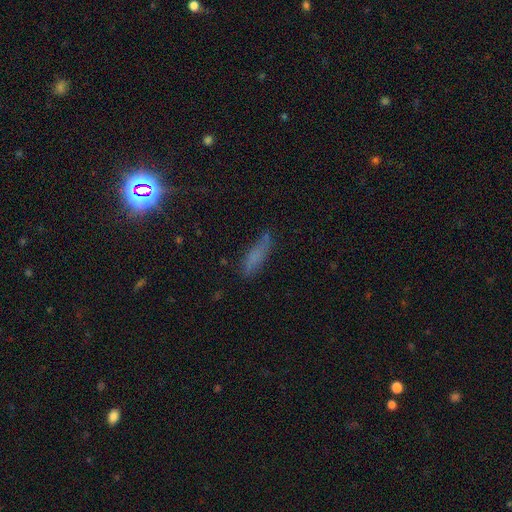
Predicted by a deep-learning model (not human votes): smooth_or_featured: smooth (p=0.63) [alt: featured or disk p=0.19]
how_rounded: cigar-shaped (p=0.66) [alt: in between p=0.31]
merging: none (p=0.66) [alt: minor disturbance p=0.24]